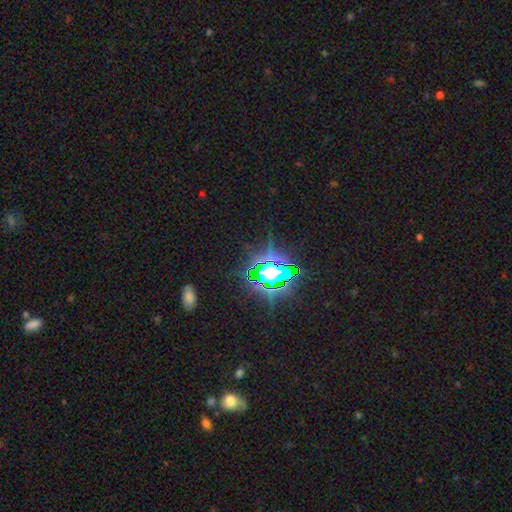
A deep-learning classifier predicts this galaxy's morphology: This appears to be a star or artifact, not a galaxy (82%).